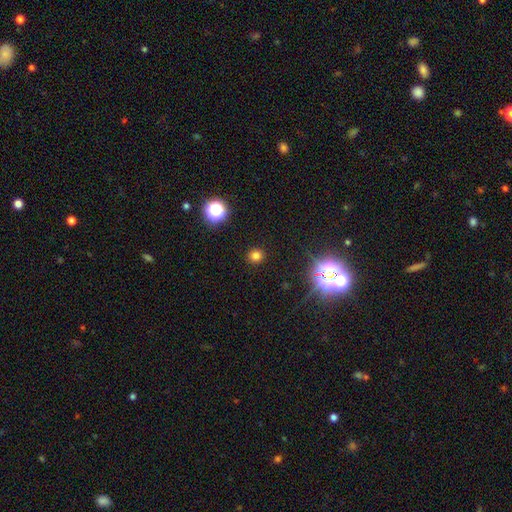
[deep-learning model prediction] Q: Smooth or featured?
A: smooth (74%); runner-up: star or artifact (21%)
Q: How rounded?
A: round (90%); runner-up: in between (9%)
Q: Merging?
A: none (91%); runner-up: minor disturbance (6%)